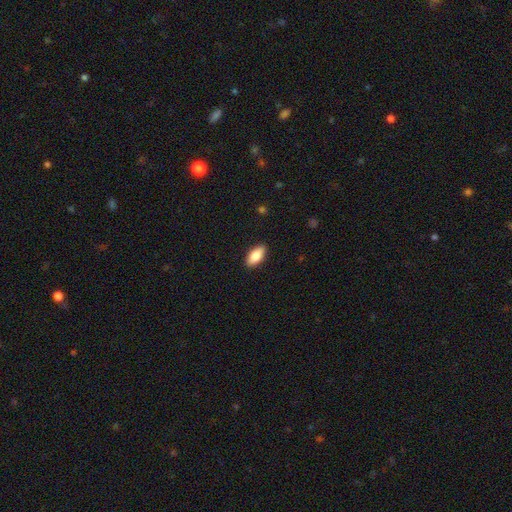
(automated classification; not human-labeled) A smooth galaxy with no disk features (82%) that is in between round and cigar-shaped (87%). Merging: none (89%).